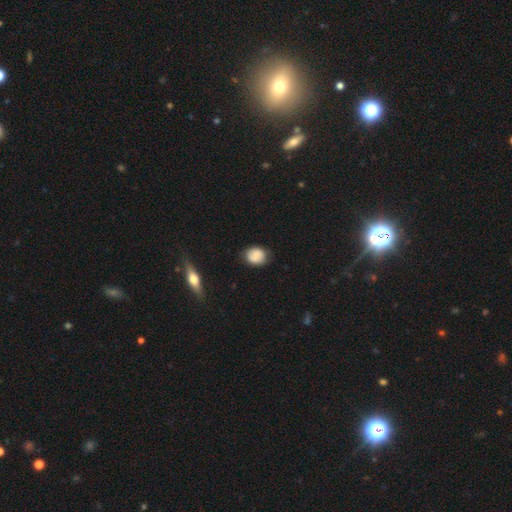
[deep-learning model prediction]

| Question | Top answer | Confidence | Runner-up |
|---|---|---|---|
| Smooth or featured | smooth | 81% | featured or disk (11%) |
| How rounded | round | 53% | in between (46%) |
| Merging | none | 76% | minor disturbance (19%) |